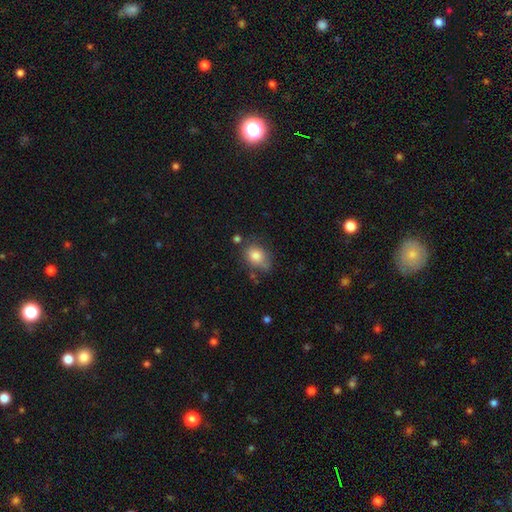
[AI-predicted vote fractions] The model was most divided on "how rounded": in between: 58%, round: 41%, cigar-shaped: 1%. More confident: smooth or featured — smooth (82%); merging — none (59%).